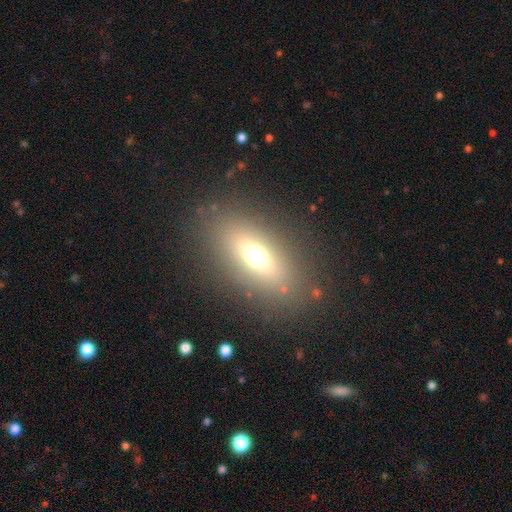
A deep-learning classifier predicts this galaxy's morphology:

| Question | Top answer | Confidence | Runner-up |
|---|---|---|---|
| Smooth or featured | smooth | 62% | featured or disk (23%) |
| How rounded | in between | 76% | cigar-shaped (15%) |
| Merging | none | 83% | minor disturbance (9%) |